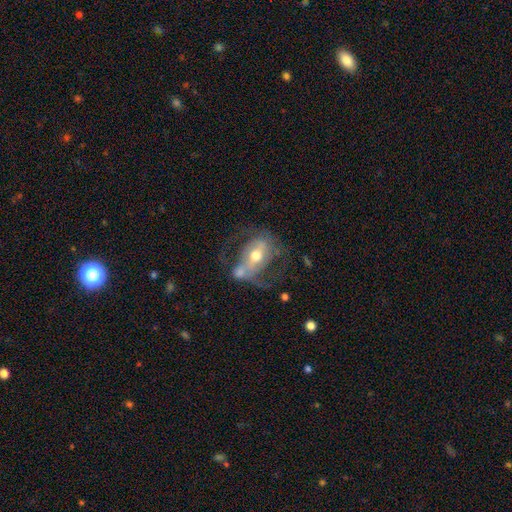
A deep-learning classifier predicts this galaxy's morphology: Overall: featured or disk (72%). Edge-on disk: no (92%). Bar: strong (39%; weak 33%). Spiral arms: yes (70%; no 30%). Bulge size: moderate (71%). Merging: none (39%; major disturbance 22%).